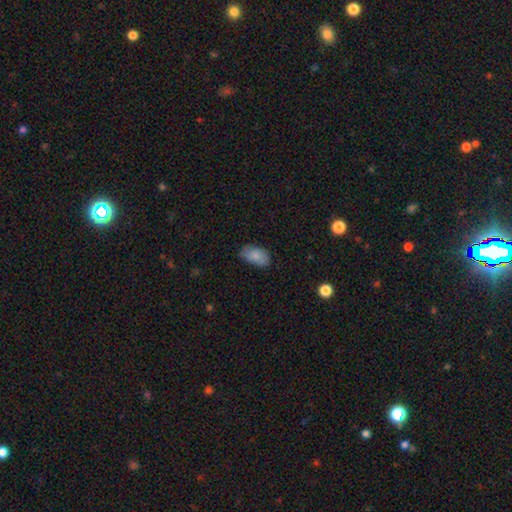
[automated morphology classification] A smooth galaxy with no disk features (84%) that is in between round and cigar-shaped (93%).

Vote fractions:
- Smooth or featured? smooth: 84% / featured or disk: 9% / star or artifact: 7%
- How rounded? in between: 93% / round: 5% / cigar-shaped: 2%
- Merging? none: 72% / minor disturbance: 22% / major disturbance: 4% / merger: 1%